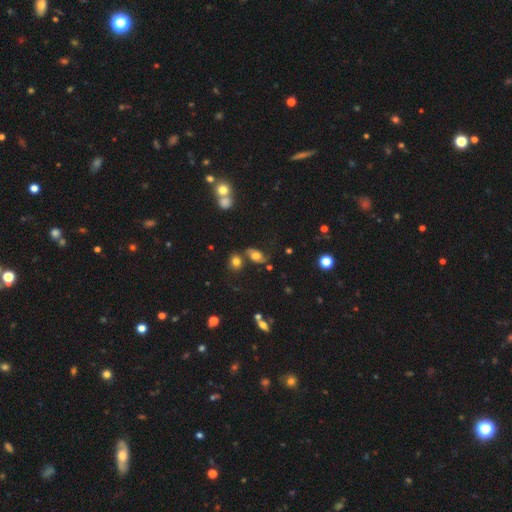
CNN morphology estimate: The model was most divided on "smooth or featured": smooth: 54%, featured or disk: 33%, star or artifact: 13%. More confident: how rounded — in between (76%); merging — none (53%).